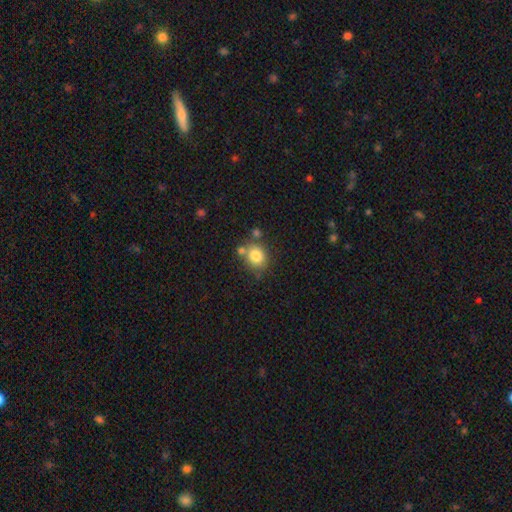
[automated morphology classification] smooth 82%, star or artifact 10%, featured or disk 8%. Down the decision tree: how rounded — round (70%); merging — none (68%).